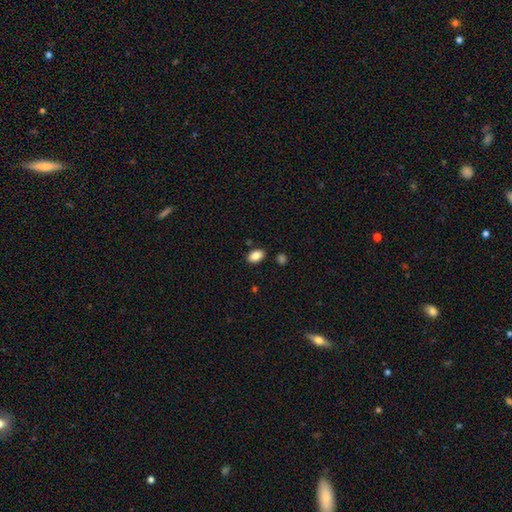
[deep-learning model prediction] smooth 86%, star or artifact 8%, featured or disk 6%. Down the decision tree: how rounded — in between (90%); merging — none (85%).